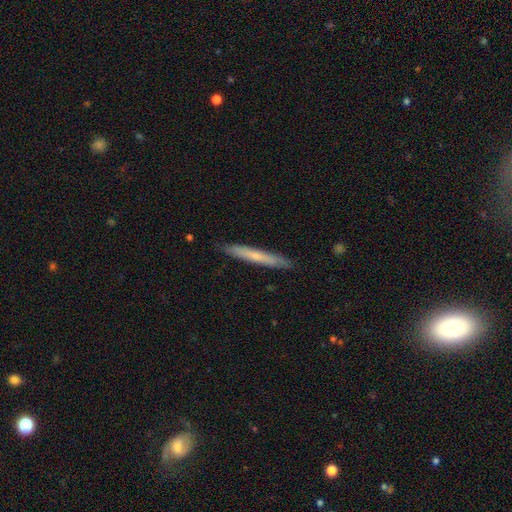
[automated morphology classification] smooth-or-featured: smooth: 57% | featured or disk: 38% | star or artifact: 5%
  how-rounded: cigar-shaped: 96% | in between: 2% | round: 1%
  merging: none: 90% | minor disturbance: 8% | major disturbance: 1% | merger: 1%